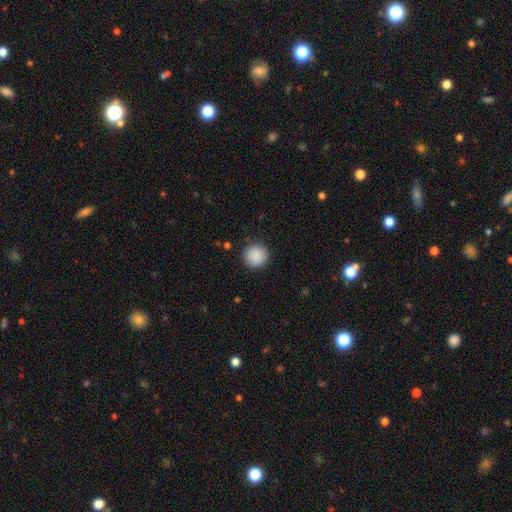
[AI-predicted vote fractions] Smooth or featured: smooth — 89% (star or artifact — 7%)
How rounded: round — 94% (in between — 5%)
Merging: none — 90% (minor disturbance — 7%)